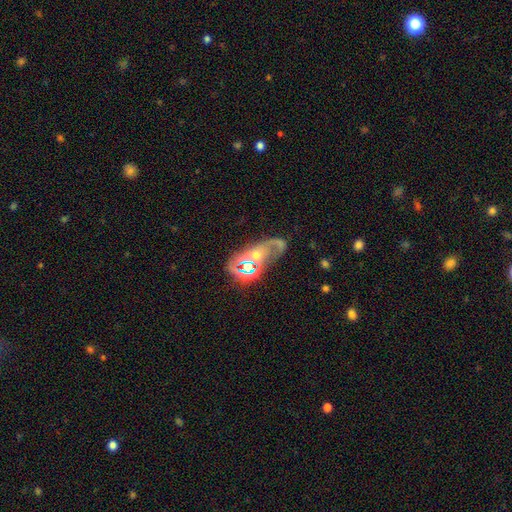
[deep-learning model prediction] A featured or disk galaxy (52%). Merging: none (40%).